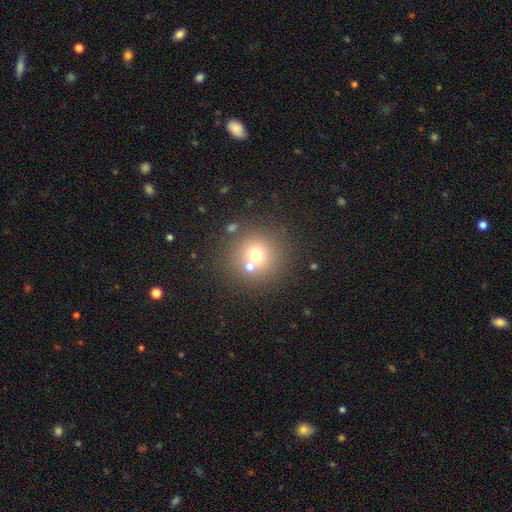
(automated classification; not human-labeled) smooth_or_featured: smooth (p=0.68) [alt: star or artifact p=0.17]
how_rounded: round (p=0.93) [alt: in between p=0.06]
merging: none (p=0.68) [alt: merger p=0.20]